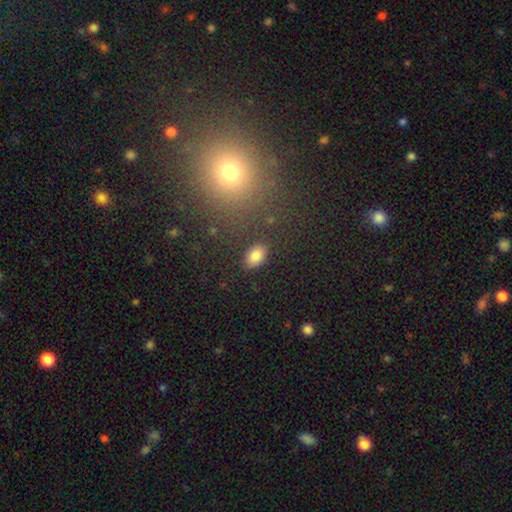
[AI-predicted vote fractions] Q: Smooth or featured?
A: smooth (83%); runner-up: star or artifact (10%)
Q: How rounded?
A: in between (89%); runner-up: round (9%)
Q: Merging?
A: none (85%); runner-up: minor disturbance (10%)